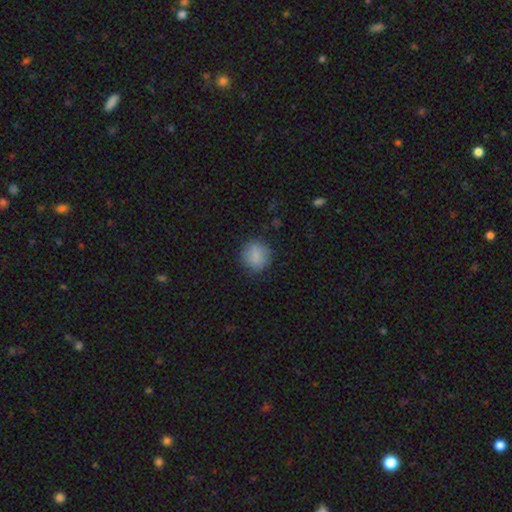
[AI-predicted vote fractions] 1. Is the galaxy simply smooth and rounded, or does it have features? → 86% smooth, 8% star or artifact, 6% featured or disk.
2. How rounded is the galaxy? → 83% round, 16% in between, 1% cigar-shaped.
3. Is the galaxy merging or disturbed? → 82% none, 13% minor disturbance, 4% major disturbance, 1% merger.